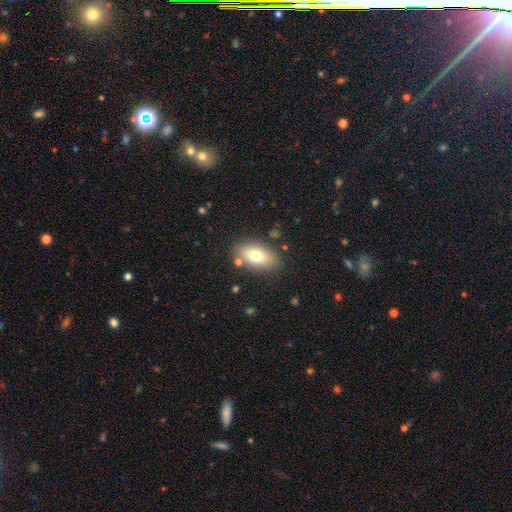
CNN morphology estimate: The model was most divided on "smooth or featured": smooth: 72%, featured or disk: 20%, star or artifact: 9%. More confident: how rounded — in between (88%); merging — none (81%).